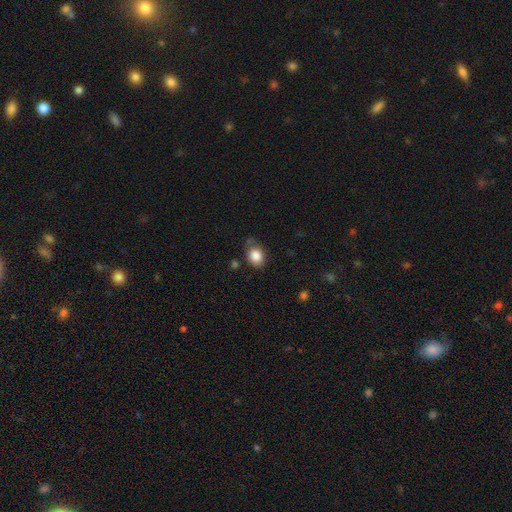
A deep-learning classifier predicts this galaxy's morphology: type=smooth (85%); roundness=in between (55%); merging=none (66%).